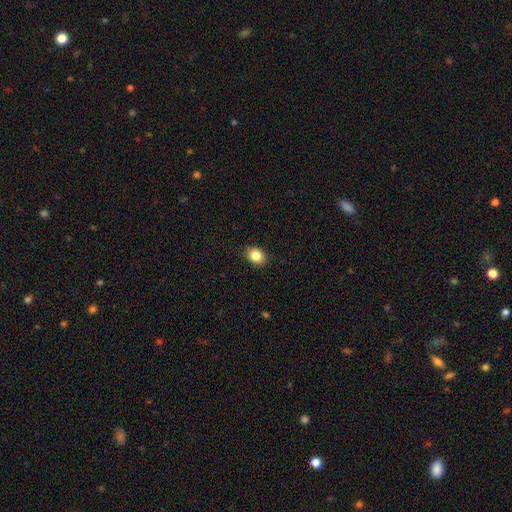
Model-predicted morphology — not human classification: Smooth or featured? smooth (85%)
How rounded? in between (67%)
Merging? none (88%)